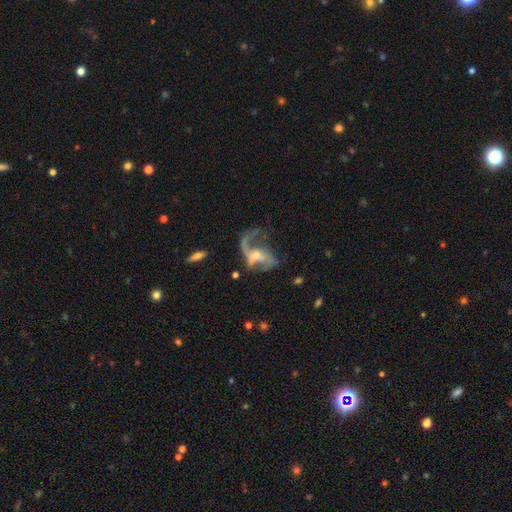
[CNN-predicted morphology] Smooth or featured?
  - featured or disk: 79% *
  - smooth: 13%
  - star or artifact: 8%
Edge-on disk?
  - no: 96% *
  - yes: 4%
Bar?
  - no: 48% *
  - weak: 38%
  - strong: 13%
Spiral arms?
  - yes: 84% *
  - no: 16%
Spiral winding?
  - loose: 74% *
  - medium: 21%
  - tight: 5%
Spiral arm count?
  - 2: 50% *
  - 1: 38%
  - can't tell: 6%
  - 3: 3%
  - 4: 1%
  - more than 4: 1%
Bulge size?
  - small: 48% *
  - moderate: 31%
  - none: 16%
  - large: 4%
  - dominant: 2%
Merging?
  - major disturbance: 45% *
  - none: 32%
  - minor disturbance: 15%
  - merger: 8%